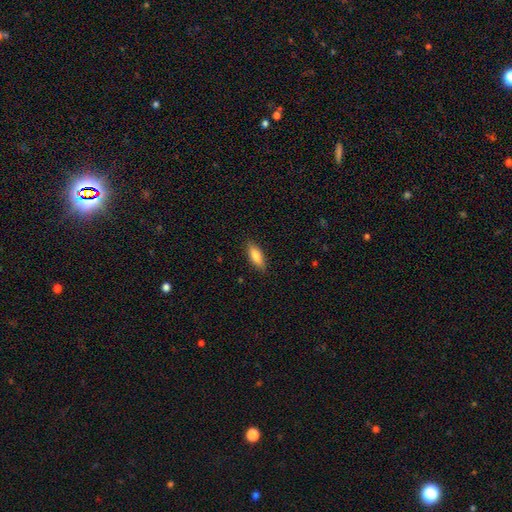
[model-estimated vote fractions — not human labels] smooth_or_featured: smooth (p=0.82) [alt: featured or disk p=0.11]
how_rounded: in between (p=0.67) [alt: cigar-shaped p=0.31]
merging: none (p=0.87) [alt: minor disturbance p=0.10]